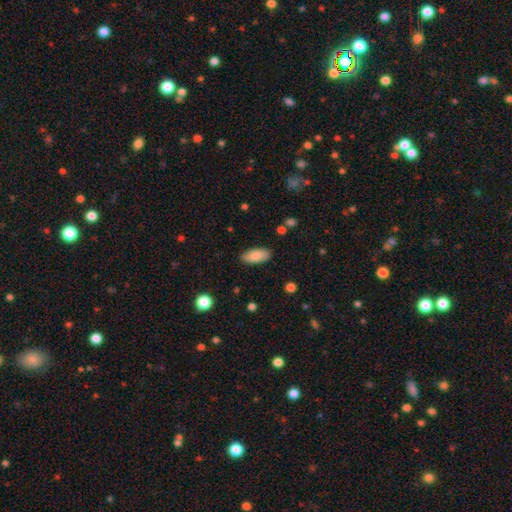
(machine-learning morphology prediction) Overall: smooth (83%). How rounded: in between (91%). Merging: none (87%).